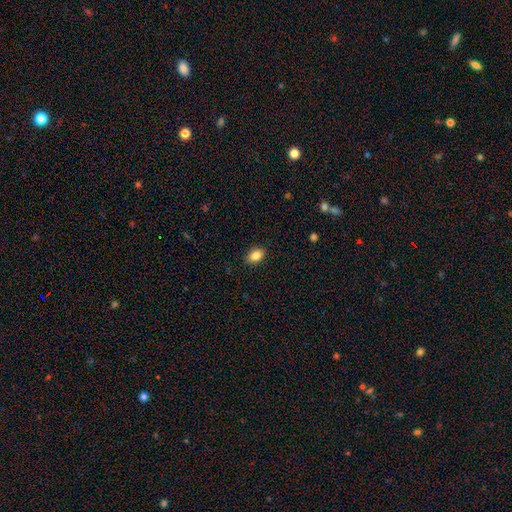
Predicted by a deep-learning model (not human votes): This is clearly a smooth galaxy (87%). How rounded: clearly in between (84%). Merging: clearly none (88%).